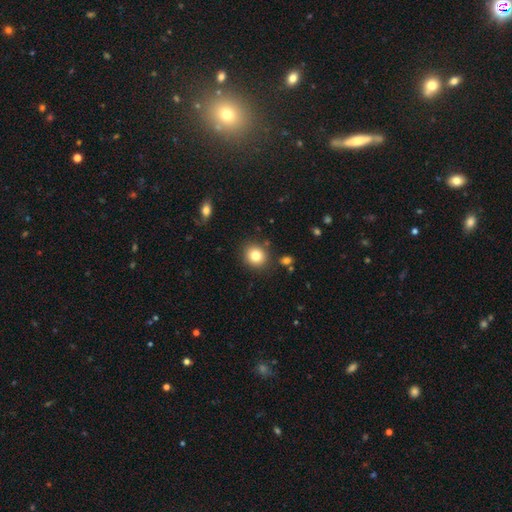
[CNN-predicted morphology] smooth 82%, star or artifact 11%, featured or disk 8%. Down the decision tree: how rounded — round (84%); merging — none (87%).